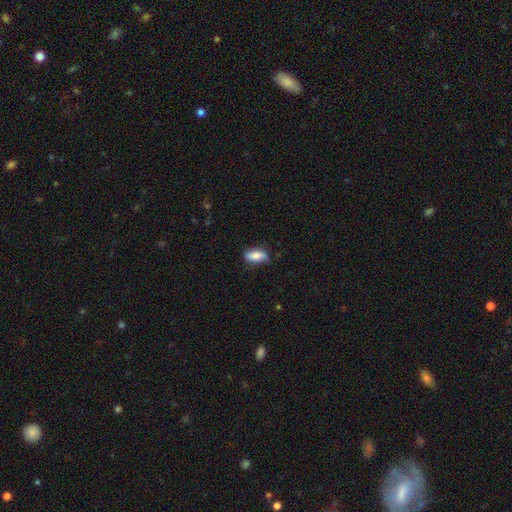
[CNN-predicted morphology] smooth-or-featured: smooth: 80% | featured or disk: 13% | star or artifact: 7%
  how-rounded: in between: 82% | cigar-shaped: 14% | round: 3%
  merging: none: 72% | minor disturbance: 22% | major disturbance: 4% | merger: 1%